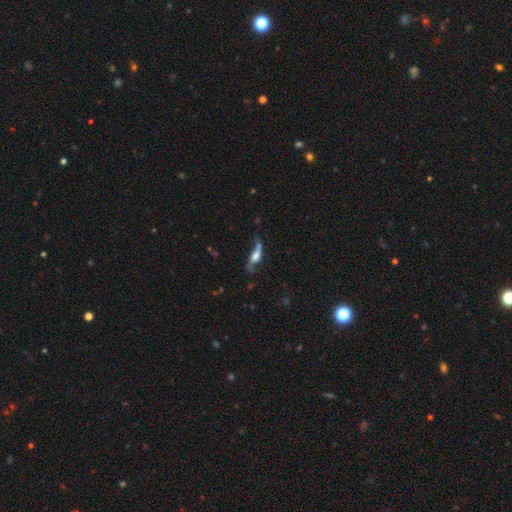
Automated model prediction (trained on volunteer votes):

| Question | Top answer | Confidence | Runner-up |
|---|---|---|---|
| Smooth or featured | featured or disk | 60% | smooth (31%) |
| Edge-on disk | no | 66% | yes (34%) |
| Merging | none | 48% | minor disturbance (24%) |